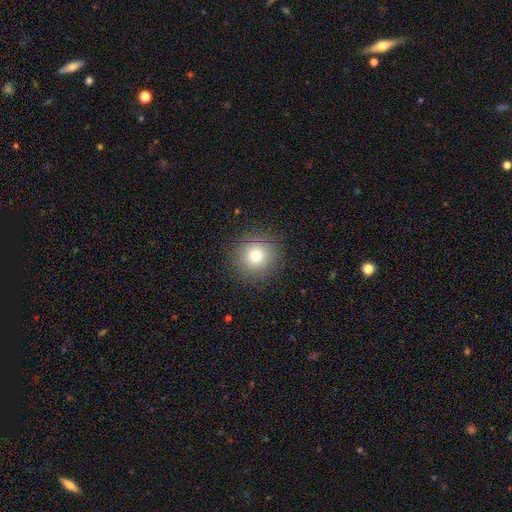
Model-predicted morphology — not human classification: A smooth galaxy with no disk features (76%) that is round (94%).

Vote fractions:
- Smooth or featured? smooth: 76% / star or artifact: 14% / featured or disk: 11%
- How rounded? round: 94% / in between: 5% / cigar-shaped: 1%
- Merging? none: 89% / minor disturbance: 7% / major disturbance: 3% / merger: 1%